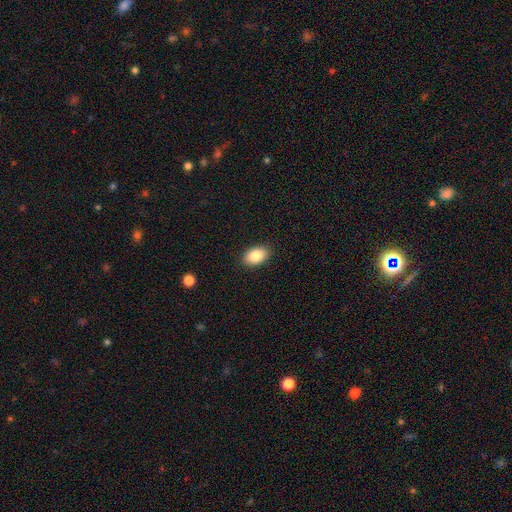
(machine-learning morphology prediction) Smooth or featured: smooth — 87% (star or artifact — 7%)
How rounded: in between — 90% (round — 9%)
Merging: none — 89% (minor disturbance — 8%)